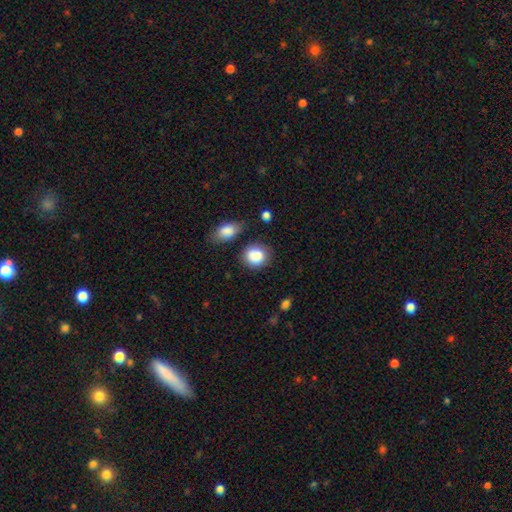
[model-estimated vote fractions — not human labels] smooth-or-featured: smooth: 86% | star or artifact: 8% | featured or disk: 6%
  how-rounded: round: 75% | in between: 23% | cigar-shaped: 1%
  merging: none: 70% | minor disturbance: 17% | merger: 8% | major disturbance: 5%